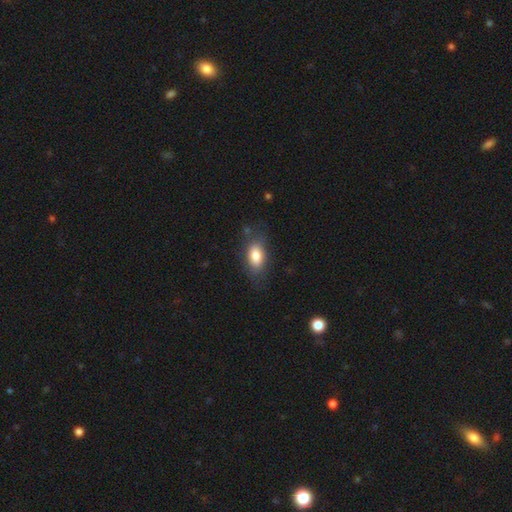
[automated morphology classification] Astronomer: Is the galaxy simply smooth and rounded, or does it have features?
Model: smooth — 82%.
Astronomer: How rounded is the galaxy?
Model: in between — 89%.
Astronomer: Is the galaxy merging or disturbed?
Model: none — 74%.